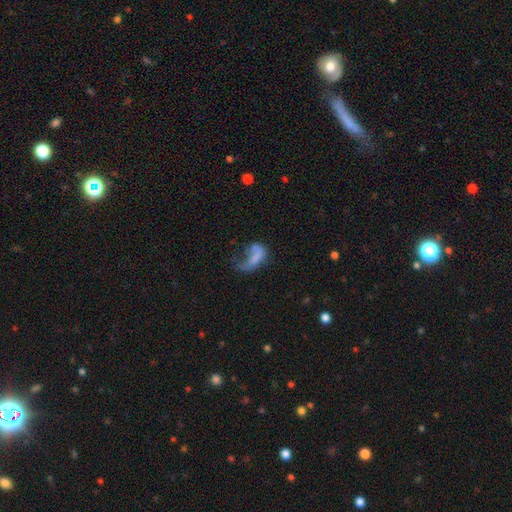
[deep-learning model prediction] Smooth or featured: smooth — 52% (featured or disk — 37%)
How rounded: in between — 85% (round — 9%)
Merging: major disturbance — 58% (none — 19%)